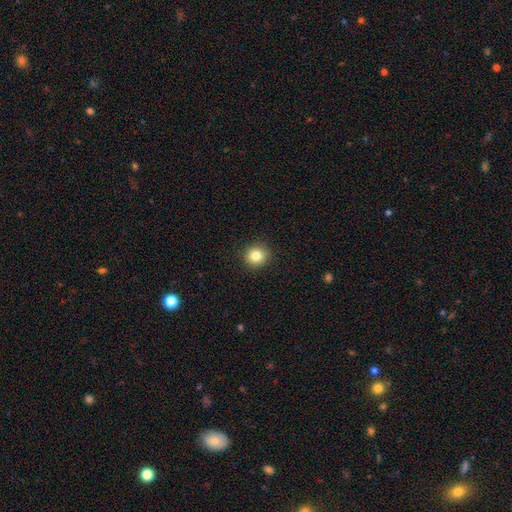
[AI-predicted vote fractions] Overall: smooth (83%). How rounded: round (90%). Merging: none (91%).